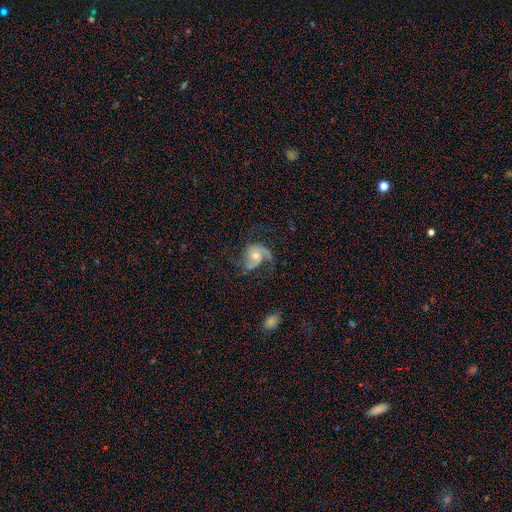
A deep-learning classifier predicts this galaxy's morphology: Overall: featured or disk (81%). Edge-on disk: no (98%). Bar: no (71%). Spiral arms: yes (95%). Spiral arm count: 2 (61%). Spiral winding: medium (46%; loose 37%). Bulge size: moderate (53%; small 40%). Merging: none (51%; major disturbance 26%).